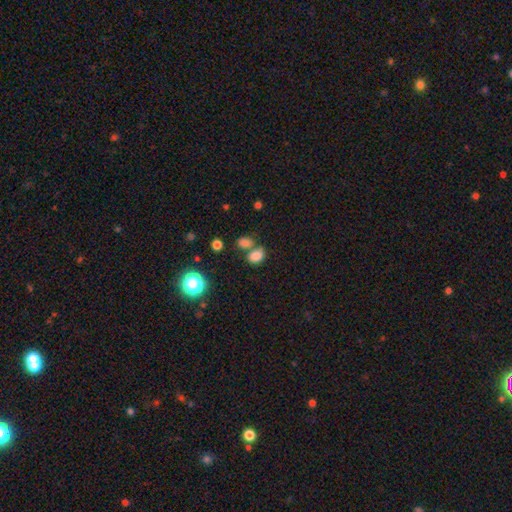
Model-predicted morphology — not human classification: Smooth or featured?
  - smooth: 79% *
  - star or artifact: 14%
  - featured or disk: 6%
How rounded?
  - in between: 75% *
  - round: 24%
  - cigar-shaped: 1%
Merging?
  - none: 46% *
  - merger: 35%
  - minor disturbance: 13%
  - major disturbance: 6%